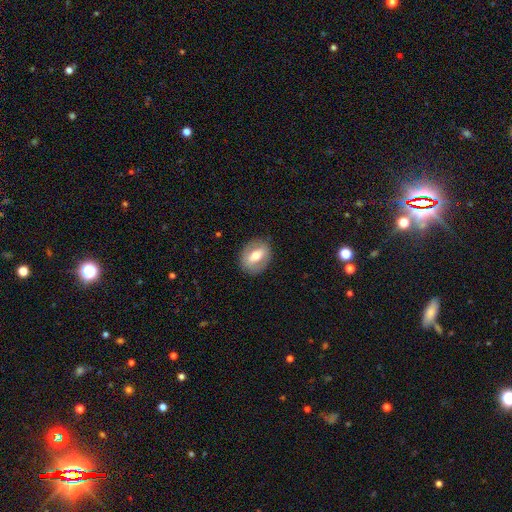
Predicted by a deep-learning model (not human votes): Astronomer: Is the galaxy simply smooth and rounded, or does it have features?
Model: smooth — 47% (runner-up: featured or disk, 46%).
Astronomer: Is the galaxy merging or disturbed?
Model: none — 84%.